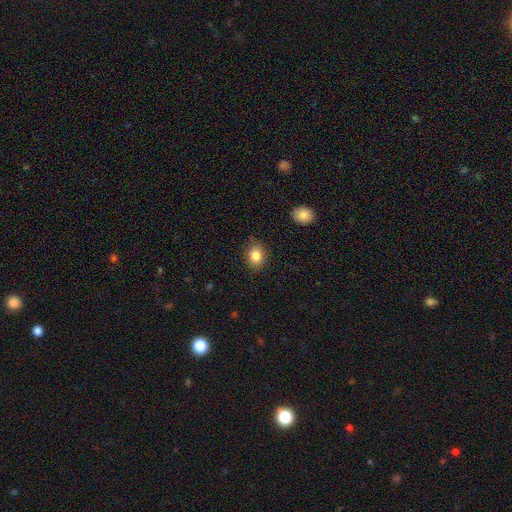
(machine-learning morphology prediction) A smooth galaxy with no disk features (84%) that is in between round and cigar-shaped (51%).

Vote fractions:
- Smooth or featured? smooth: 84% / star or artifact: 10% / featured or disk: 7%
- How rounded? in between: 51% / round: 48% / cigar-shaped: 1%
- Merging? none: 86% / minor disturbance: 10% / major disturbance: 2% / merger: 1%